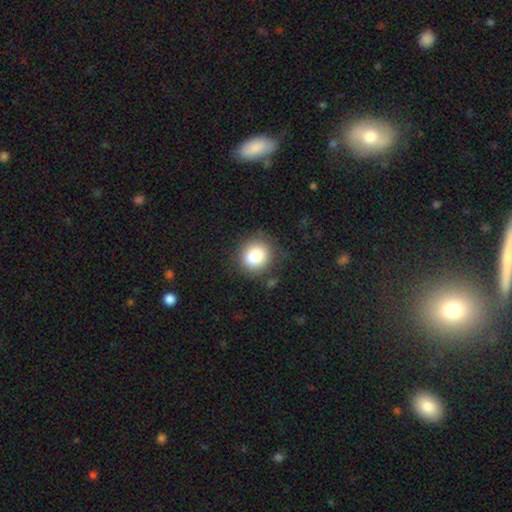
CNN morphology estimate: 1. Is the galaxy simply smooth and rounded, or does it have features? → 82% smooth, 10% star or artifact, 8% featured or disk.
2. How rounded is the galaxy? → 74% round, 25% in between, 1% cigar-shaped.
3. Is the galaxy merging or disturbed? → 77% none, 14% minor disturbance, 5% major disturbance, 4% merger.